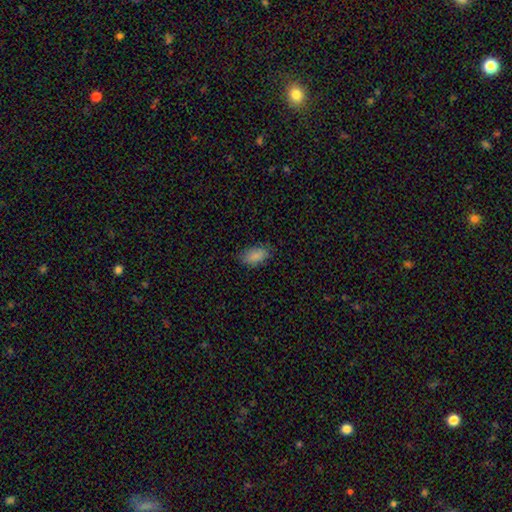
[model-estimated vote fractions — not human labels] The model was most divided on "merging": none: 80%, minor disturbance: 15%, major disturbance: 3%, merger: 1%. More confident: how rounded — in between (93%); smooth or featured — smooth (87%).